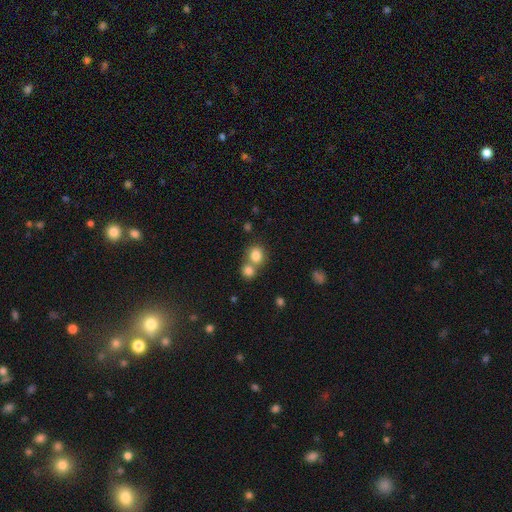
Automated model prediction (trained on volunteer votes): This is clearly a smooth galaxy (81%). How rounded: likely round (75%). Merging: possibly merger (45%, tied with none).